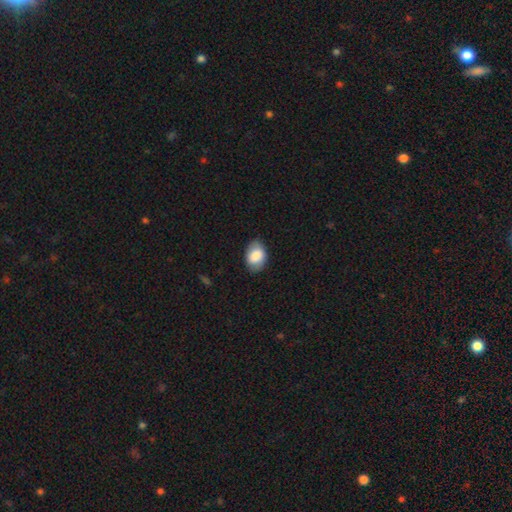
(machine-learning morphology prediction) Q: Smooth or featured?
A: smooth (82%); runner-up: featured or disk (11%)
Q: How rounded?
A: in between (84%); runner-up: round (15%)
Q: Merging?
A: none (82%); runner-up: minor disturbance (14%)